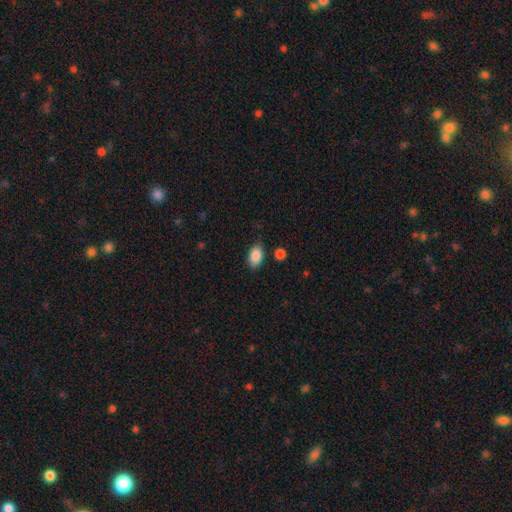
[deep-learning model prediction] Q: Smooth or featured?
A: smooth (89%); runner-up: star or artifact (7%)
Q: How rounded?
A: in between (89%); runner-up: round (9%)
Q: Merging?
A: none (81%); runner-up: minor disturbance (13%)